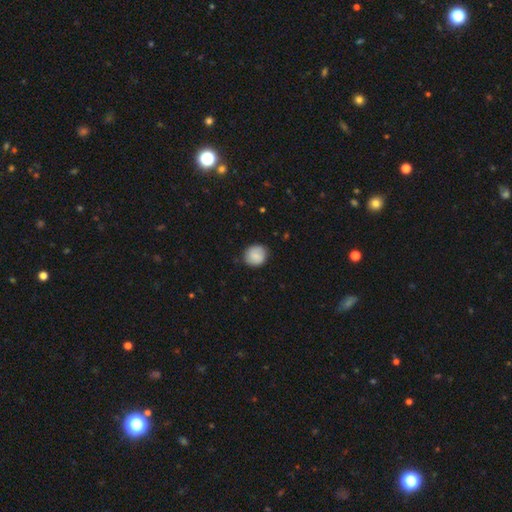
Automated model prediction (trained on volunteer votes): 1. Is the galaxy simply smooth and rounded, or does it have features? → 81% smooth, 12% featured or disk, 7% star or artifact.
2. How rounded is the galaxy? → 81% round, 18% in between, 1% cigar-shaped.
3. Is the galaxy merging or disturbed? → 82% none, 14% minor disturbance, 3% major disturbance, 1% merger.